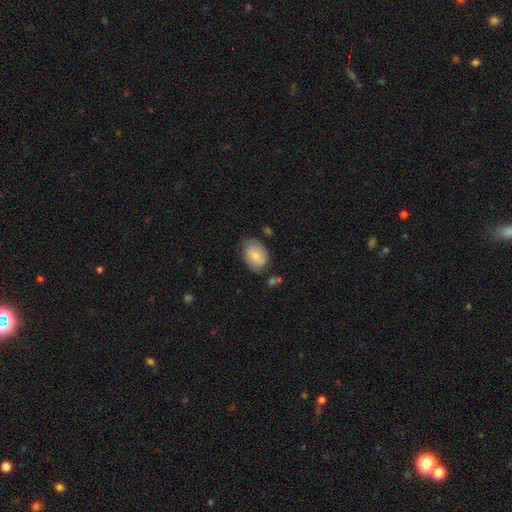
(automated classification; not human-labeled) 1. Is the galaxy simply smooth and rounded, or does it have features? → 71% smooth, 22% featured or disk, 7% star or artifact.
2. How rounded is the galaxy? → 77% in between, 22% round, 1% cigar-shaped.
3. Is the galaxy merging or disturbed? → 65% none, 26% minor disturbance, 6% major disturbance, 3% merger.